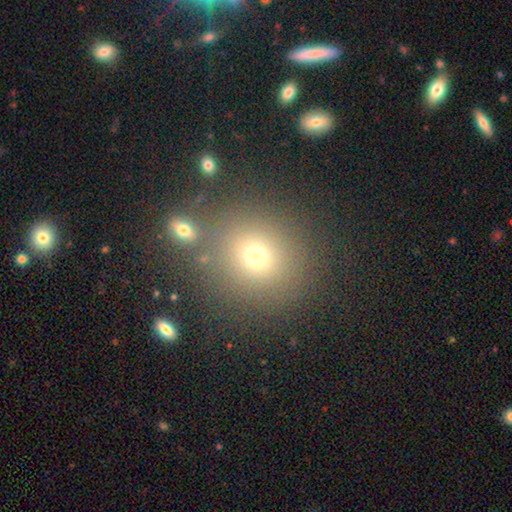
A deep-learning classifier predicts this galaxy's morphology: The model was most divided on "smooth or featured": smooth: 68%, star or artifact: 21%, featured or disk: 10%. More confident: how rounded — round (88%); merging — none (81%).